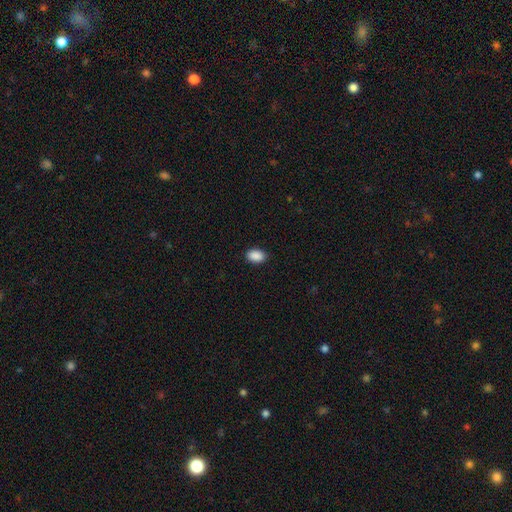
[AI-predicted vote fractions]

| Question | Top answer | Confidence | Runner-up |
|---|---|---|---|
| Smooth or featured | smooth | 90% | star or artifact (8%) |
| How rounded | in between | 86% | round (13%) |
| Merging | none | 89% | minor disturbance (8%) |